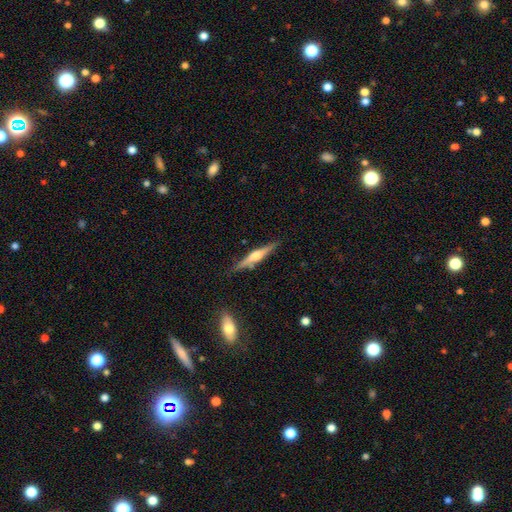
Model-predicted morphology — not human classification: A featured or disk galaxy (69%) viewed edge-on (97%) with a rounded central bulge (87%). Merging: none (81%).